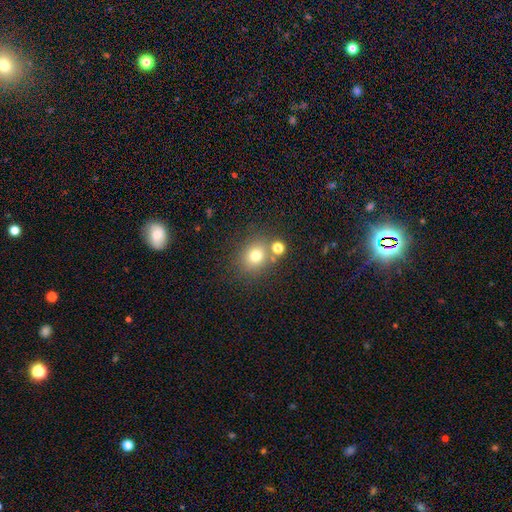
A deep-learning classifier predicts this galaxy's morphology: Overall: smooth (74%). How rounded: round (75%). Merging: none (70%).